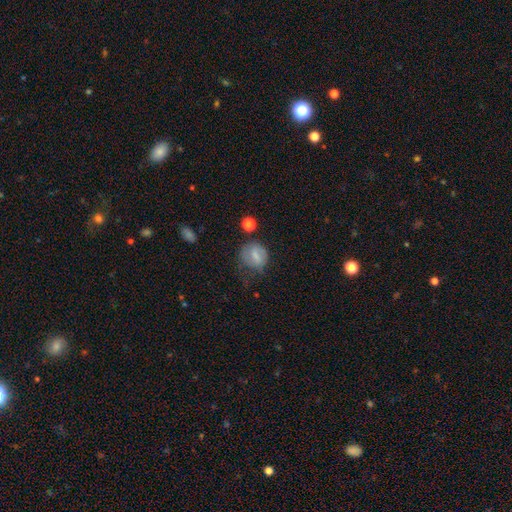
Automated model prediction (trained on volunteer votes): smooth 65%, featured or disk 26%, star or artifact 9%. Down the decision tree: how rounded — round (69%); merging — none (53%).